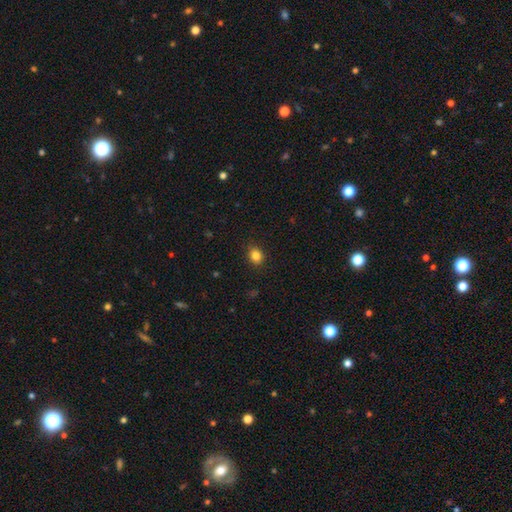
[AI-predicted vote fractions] The model was most divided on "how rounded": round: 58%, in between: 41%, cigar-shaped: 1%. More confident: merging — none (88%); smooth or featured — smooth (85%).